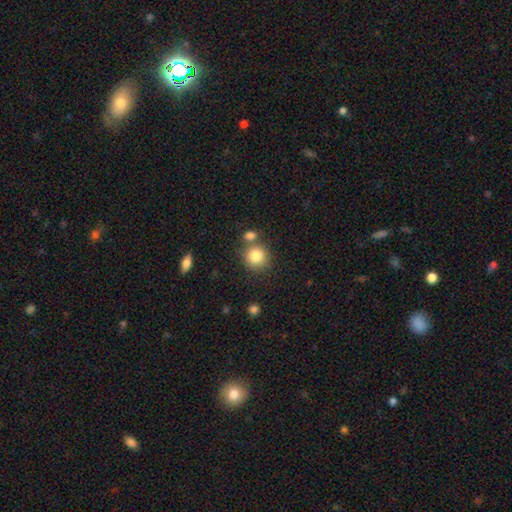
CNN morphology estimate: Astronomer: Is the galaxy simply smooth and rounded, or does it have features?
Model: smooth — 84%.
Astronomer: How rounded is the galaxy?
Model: round — 88%.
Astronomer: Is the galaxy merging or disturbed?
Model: none — 68%.